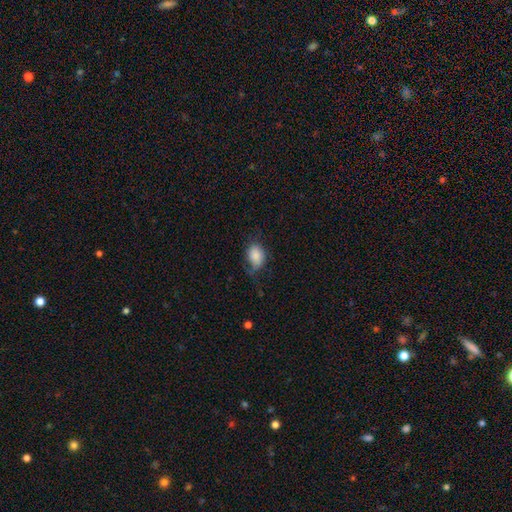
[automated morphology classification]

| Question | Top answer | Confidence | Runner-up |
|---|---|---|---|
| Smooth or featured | smooth | 82% | featured or disk (10%) |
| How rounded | in between | 76% | round (23%) |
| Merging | none | 51% | minor disturbance (32%) |